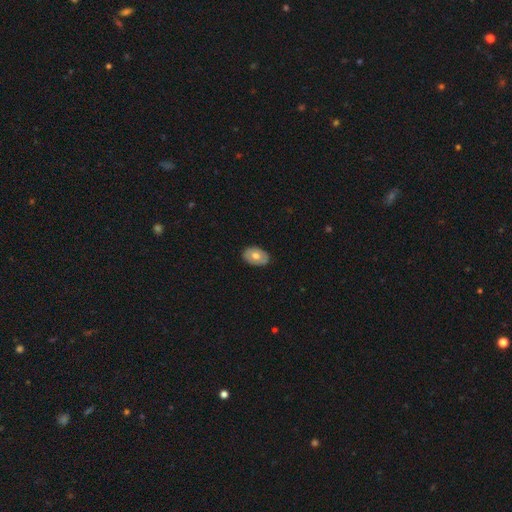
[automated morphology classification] Q: Smooth or featured?
A: smooth (63%); runner-up: featured or disk (31%)
Q: How rounded?
A: in between (86%); runner-up: round (13%)
Q: Merging?
A: none (86%); runner-up: minor disturbance (11%)